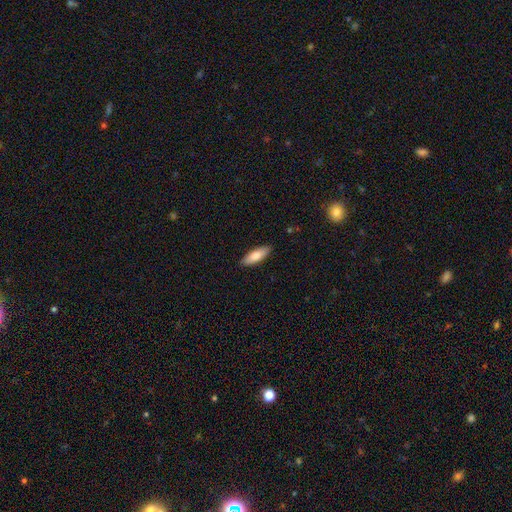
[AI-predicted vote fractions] Smooth or featured: smooth — 78% (featured or disk — 16%)
How rounded: in between — 55% (cigar-shaped — 44%)
Merging: none — 89% (minor disturbance — 8%)